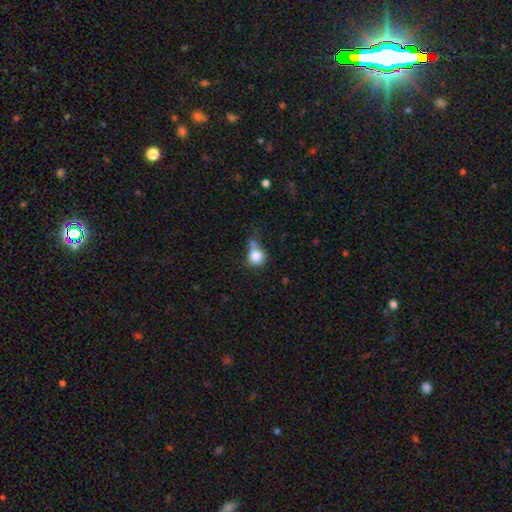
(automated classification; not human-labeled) Morphology: type=smooth (81%); roundness=round (81%); merging=none (43%).